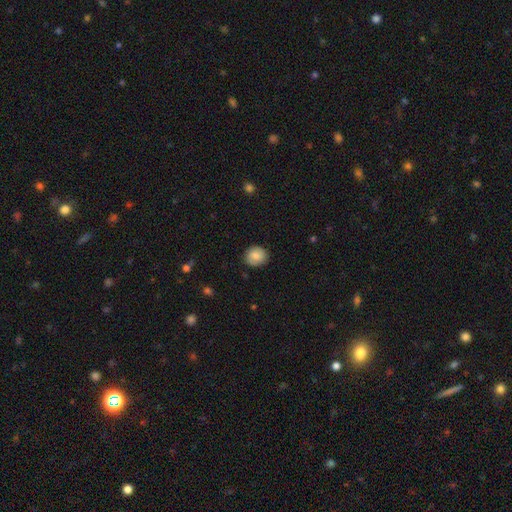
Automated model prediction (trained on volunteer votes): This is clearly a smooth galaxy (82%). How rounded: clearly round (80%). Merging: clearly none (85%).